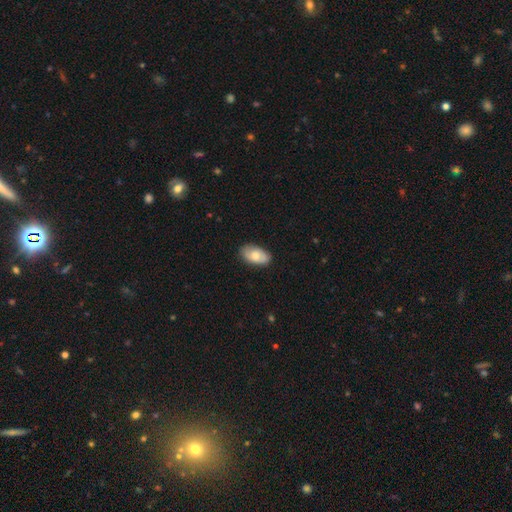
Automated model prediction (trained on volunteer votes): smooth 68%, featured or disk 26%, star or artifact 6%. Down the decision tree: how rounded — in between (93%); merging — none (82%).